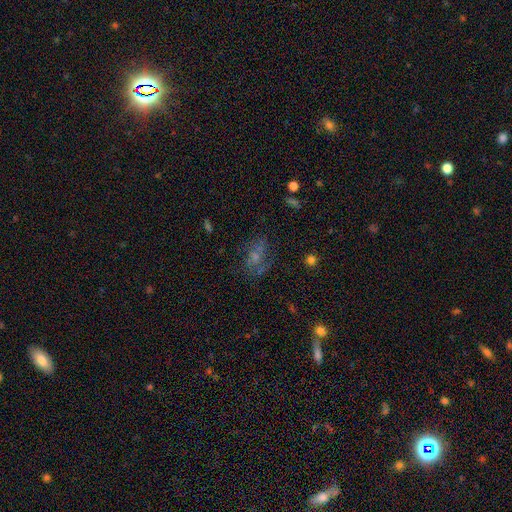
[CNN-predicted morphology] This is marginally a smooth galaxy (38%). Merging: possibly none (49%).